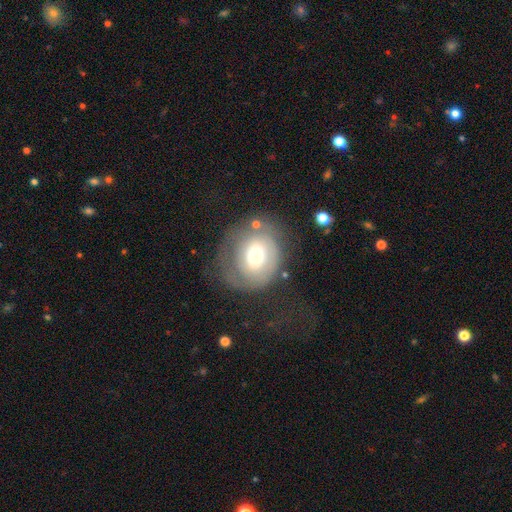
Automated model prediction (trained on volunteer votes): This is possibly a featured or disk galaxy (50%). It is clearly not viewed edge-on (96%). Merging: possibly none (52%).